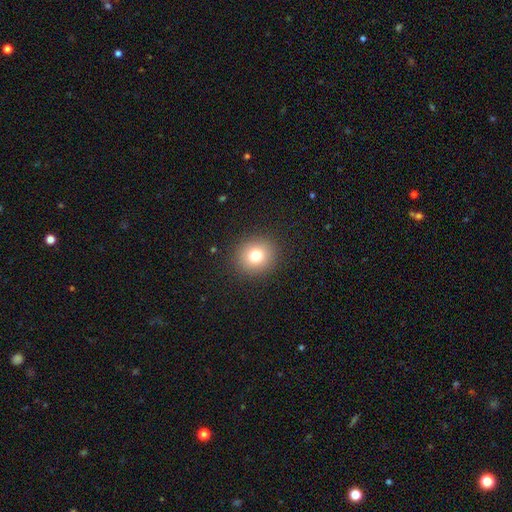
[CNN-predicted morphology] Smooth or featured: smooth — 77% (star or artifact — 12%)
How rounded: round — 82% (in between — 17%)
Merging: none — 90% (minor disturbance — 6%)